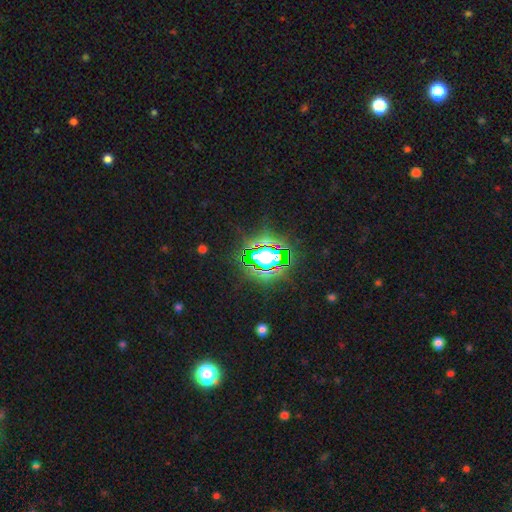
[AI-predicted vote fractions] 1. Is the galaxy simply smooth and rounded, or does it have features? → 81% star or artifact, 11% smooth, 8% featured or disk.